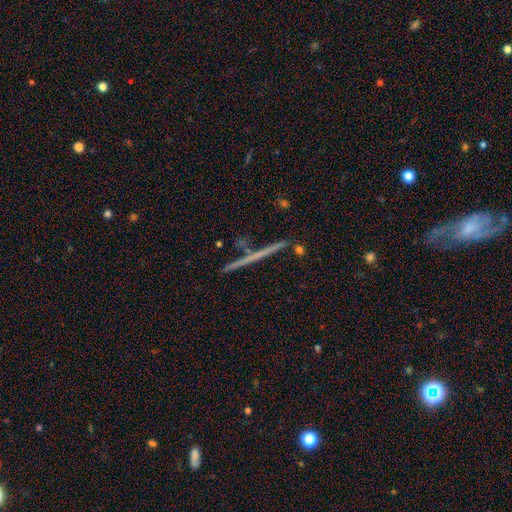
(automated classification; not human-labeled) smooth_or_featured: featured or disk (p=0.63) [alt: smooth p=0.30]
disk_edge_on: yes (p=0.98) [alt: no p=0.02]
edge_on_bulge: none (p=0.87) [alt: rounded p=0.09]
merging: none (p=0.89) [alt: minor disturbance p=0.06]